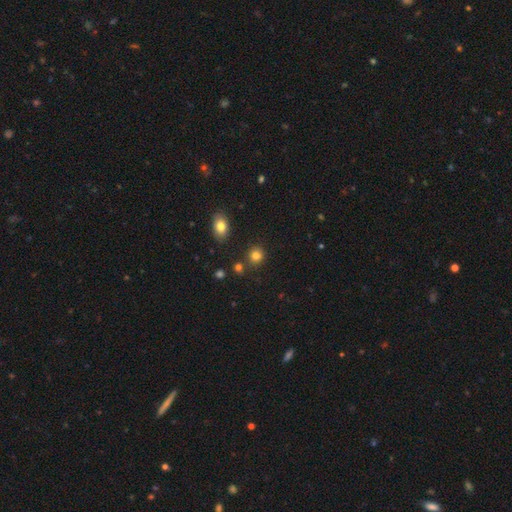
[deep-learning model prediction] Q: Smooth or featured?
A: smooth (82%); runner-up: star or artifact (13%)
Q: How rounded?
A: round (82%); runner-up: in between (17%)
Q: Merging?
A: none (83%); runner-up: minor disturbance (9%)